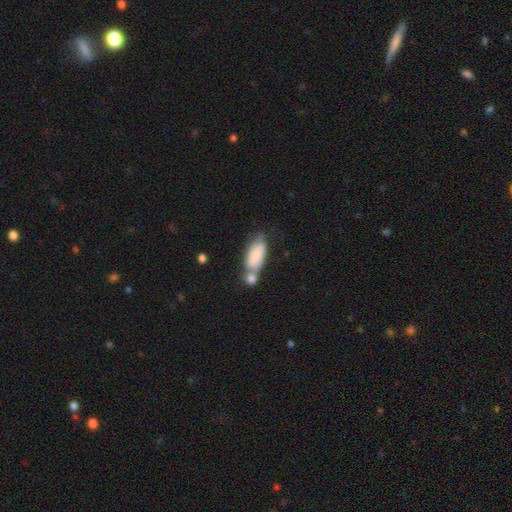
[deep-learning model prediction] smooth 75%, featured or disk 19%, star or artifact 6%. Down the decision tree: how rounded — in between (83%); merging — merger (48%).